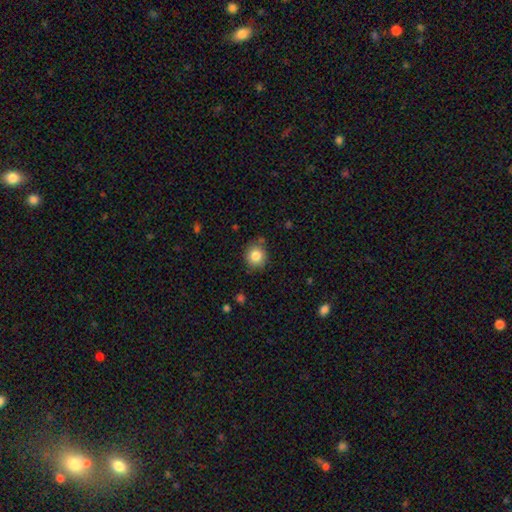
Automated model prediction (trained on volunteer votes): This appears to be a smooth galaxy with no disk features (83%) that is round (86%). Merging: none (83%).